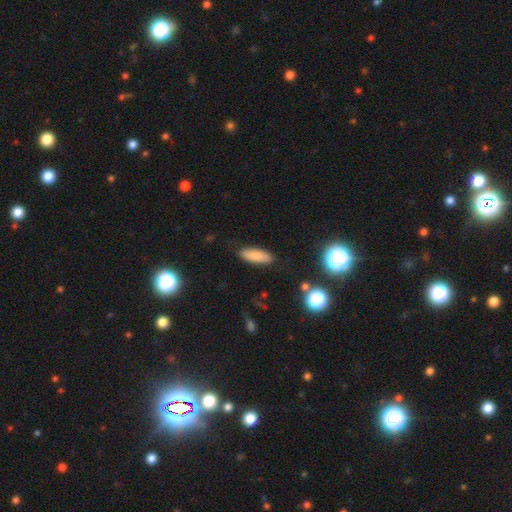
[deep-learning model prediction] Smooth or featured: smooth — 83% (featured or disk — 9%)
How rounded: in between — 64% (cigar-shaped — 34%)
Merging: none — 87% (minor disturbance — 9%)